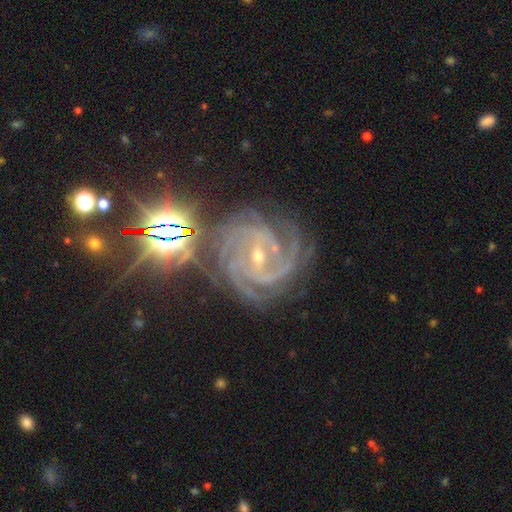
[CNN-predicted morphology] Smooth or featured? featured or disk (85%)
Edge-on disk? no (97%)
Bar? weak (39%)
Spiral arms? yes (99%)
Spiral winding? tight (72%)
Spiral arm count? 3 (35%)
Bulge size? small (72%)
Merging? none (74%)